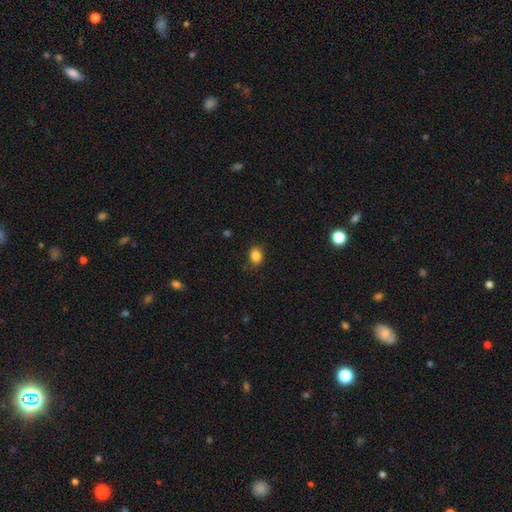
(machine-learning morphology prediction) Overall: smooth (85%). How rounded: in between (60%; round 39%). Merging: none (85%).